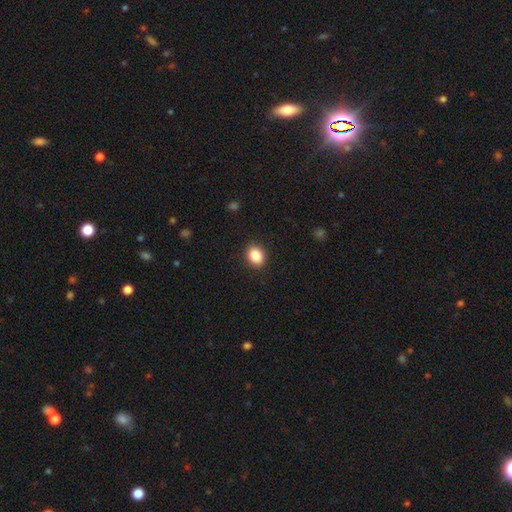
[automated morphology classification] Smooth or featured?
  - smooth: 87% *
  - star or artifact: 9%
  - featured or disk: 4%
How rounded?
  - round: 51% *
  - in between: 48%
  - cigar-shaped: 1%
Merging?
  - none: 89% *
  - minor disturbance: 7%
  - major disturbance: 2%
  - merger: 1%